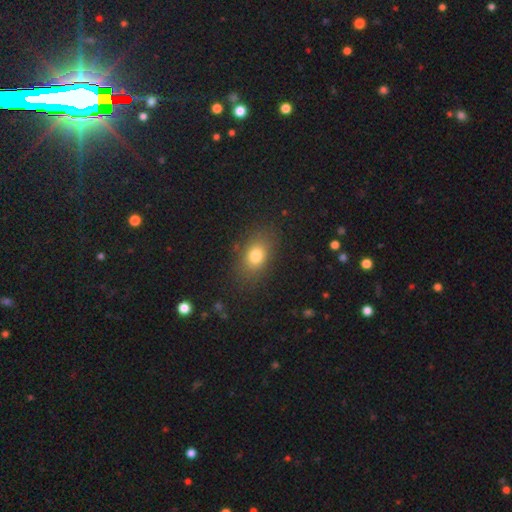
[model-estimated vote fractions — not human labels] A smooth galaxy with no disk features (78%) that is in between round and cigar-shaped (73%). Merging: none (84%).